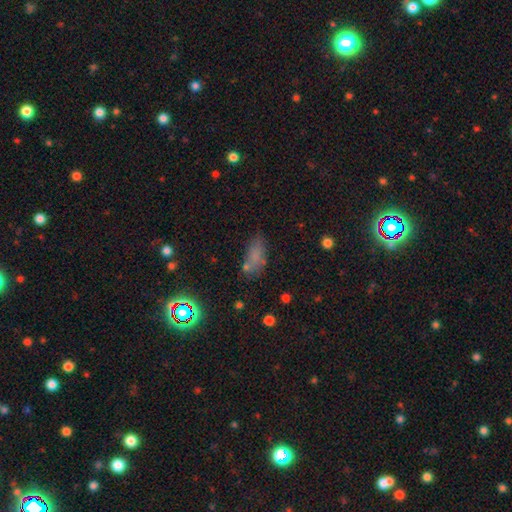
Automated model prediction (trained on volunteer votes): This appears to be a smooth galaxy with no disk features (69%) that is in between round and cigar-shaped (82%). Merging: none (54%).